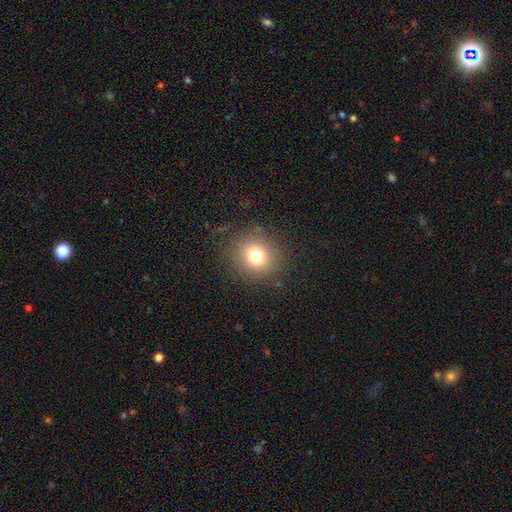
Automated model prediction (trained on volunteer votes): A smooth galaxy with no disk features (76%) that is round (83%).

Vote fractions:
- Smooth or featured? smooth: 76% / star or artifact: 14% / featured or disk: 10%
- How rounded? round: 83% / in between: 16% / cigar-shaped: 1%
- Merging? none: 85% / minor disturbance: 9% / major disturbance: 5% / merger: 1%